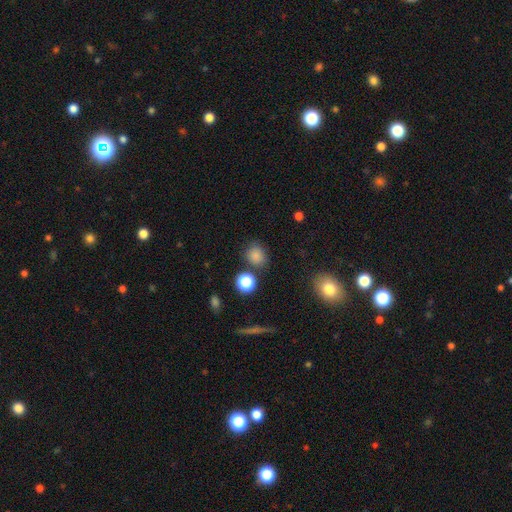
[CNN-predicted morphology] This appears to be a smooth galaxy with no disk features (80%) that is round (78%). Merging: none (78%).